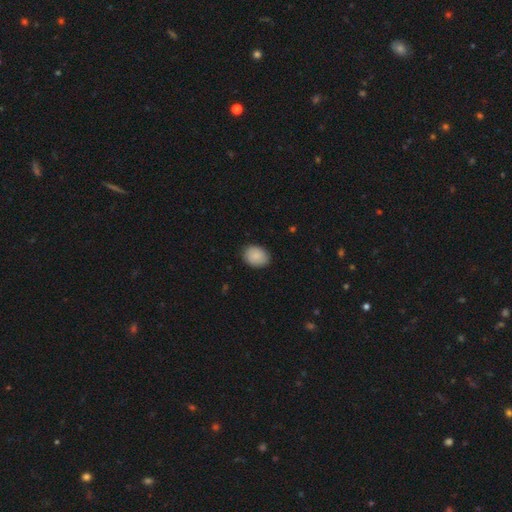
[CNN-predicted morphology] Overall: smooth (89%). How rounded: in between (63%; round 36%). Merging: none (86%).